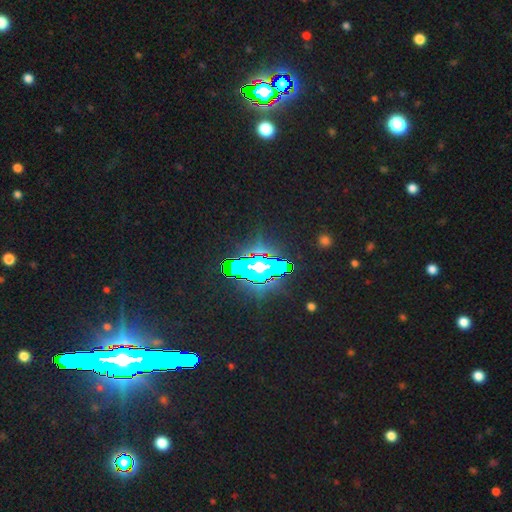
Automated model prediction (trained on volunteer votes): smooth-or-featured: star or artifact: 74% | smooth: 13% | featured or disk: 13%